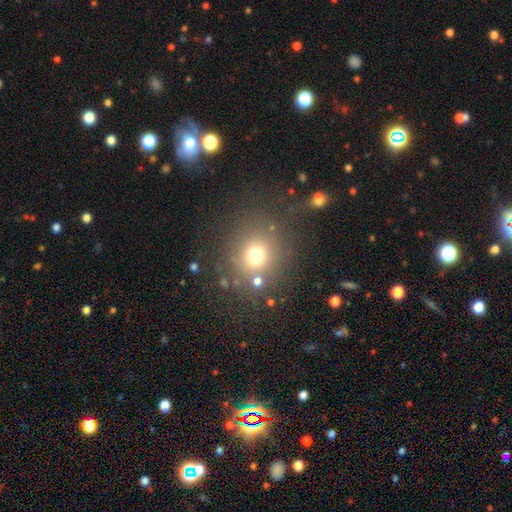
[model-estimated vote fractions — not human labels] Smooth or featured? Predicted: smooth (p=0.71). How rounded? Predicted: round (p=0.86). Merging? Predicted: none (p=0.76).